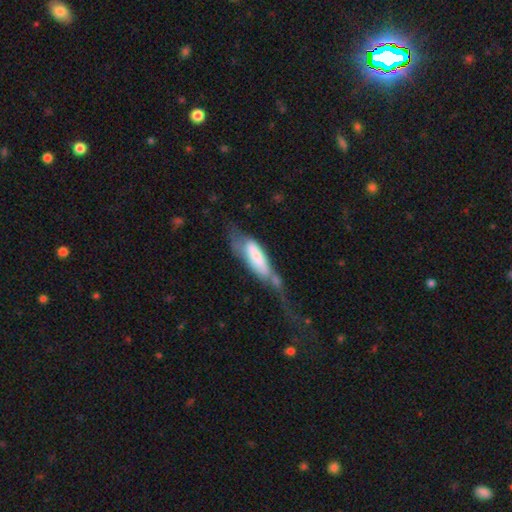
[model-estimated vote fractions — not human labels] This appears to be a smooth galaxy with no disk features (58%) that is in between round and cigar-shaped (55%). Merging: major disturbance (46%).